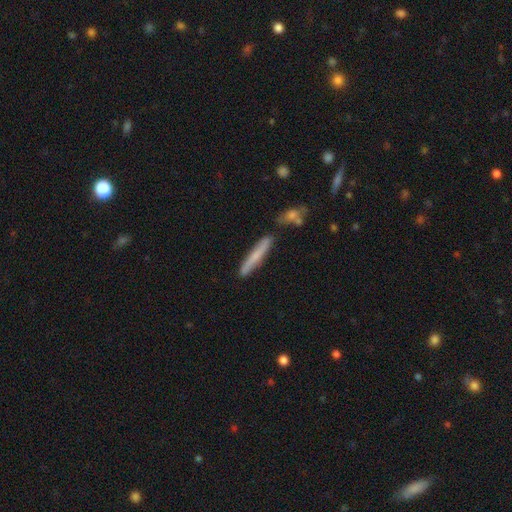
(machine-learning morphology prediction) type=smooth (63%); roundness=cigar-shaped (94%); merging=none (82%).